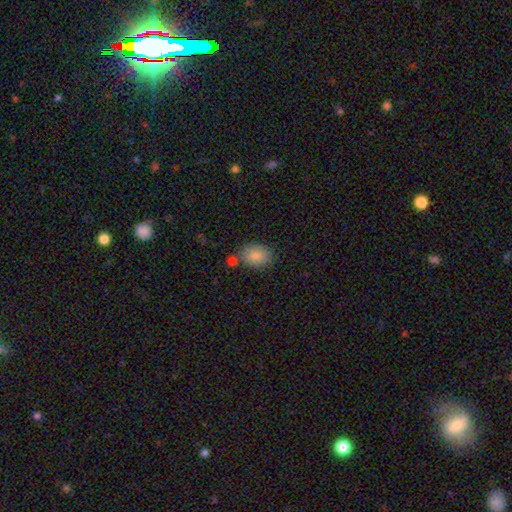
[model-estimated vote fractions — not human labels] smooth-or-featured: smooth: 84% | star or artifact: 8% | featured or disk: 8%
  how-rounded: in between: 69% | round: 30% | cigar-shaped: 1%
  merging: none: 68% | minor disturbance: 16% | merger: 11% | major disturbance: 4%